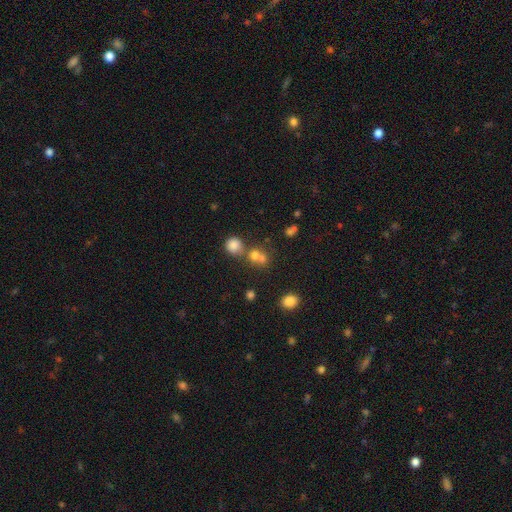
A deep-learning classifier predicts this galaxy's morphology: Smooth or featured? Predicted: smooth (p=0.70). How rounded? Predicted: round (p=0.80). Merging? Predicted: none (p=0.44, tied with merger).